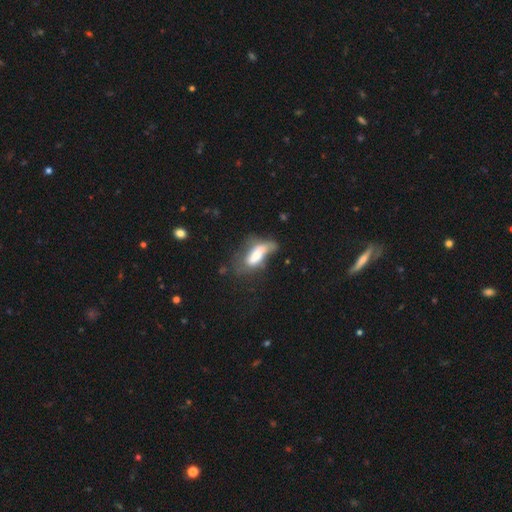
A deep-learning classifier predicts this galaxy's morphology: smooth_or_featured: smooth (p=0.59) [alt: featured or disk p=0.32]
how_rounded: in between (p=0.70) [alt: cigar-shaped p=0.27]
merging: major disturbance (p=0.36) [alt: none p=0.27]